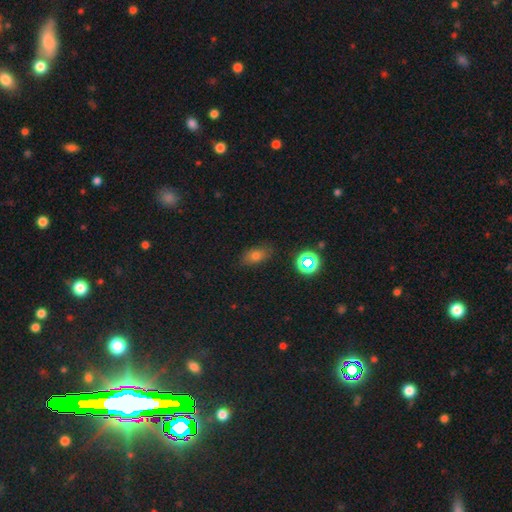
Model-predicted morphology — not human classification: Smooth or featured: smooth — 70% (star or artifact — 17%)
How rounded: in between — 81% (round — 14%)
Merging: none — 81% (minor disturbance — 14%)